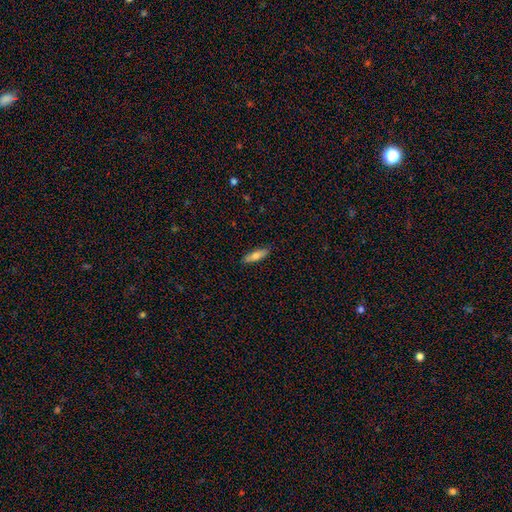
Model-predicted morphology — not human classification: This appears to be a smooth galaxy with no disk features (72%) that is cigar-shaped (62%). Merging: none (88%).